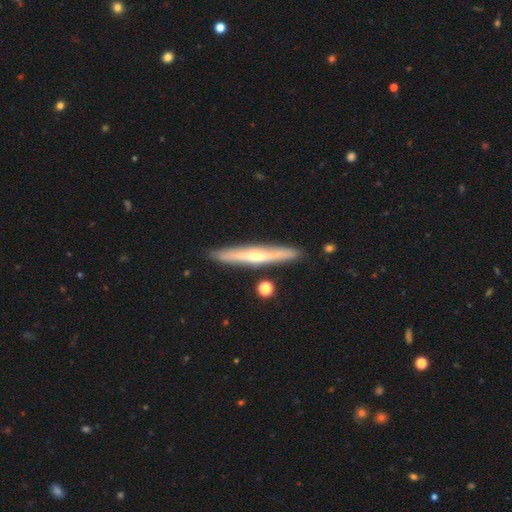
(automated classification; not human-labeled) Q: Smooth or featured?
A: featured or disk (62%); runner-up: smooth (32%)
Q: Edge-on disk?
A: yes (92%); runner-up: no (8%)
Q: Edge-on bulge?
A: rounded (72%); runner-up: none (25%)
Q: Merging?
A: none (88%); runner-up: minor disturbance (8%)